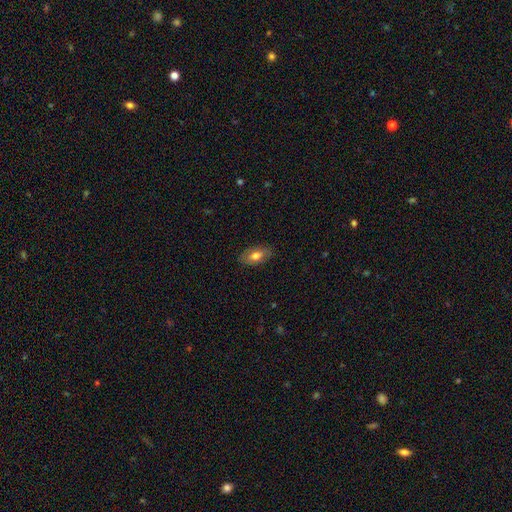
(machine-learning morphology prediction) Smooth or featured? smooth (64%)
How rounded? in between (90%)
Merging? none (83%)